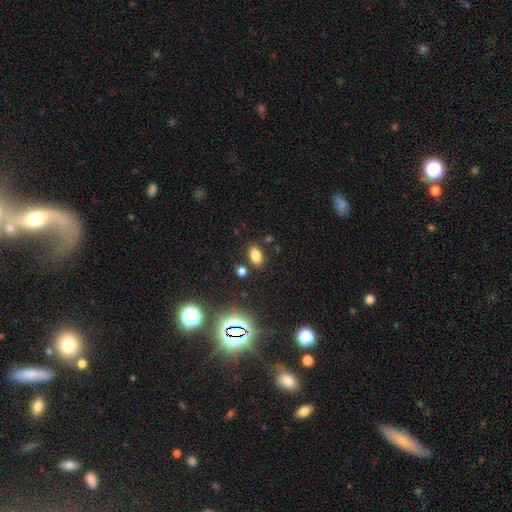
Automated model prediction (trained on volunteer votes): The model was most divided on "smooth or featured": smooth: 78%, star or artifact: 15%, featured or disk: 7%. More confident: how rounded — in between (88%); merging — none (83%).